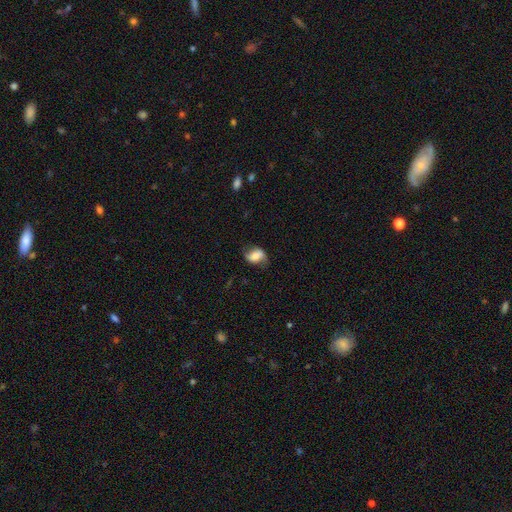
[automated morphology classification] smooth 58%, featured or disk 33%, star or artifact 9%. Down the decision tree: how rounded — in between (76%); merging — none (61%).